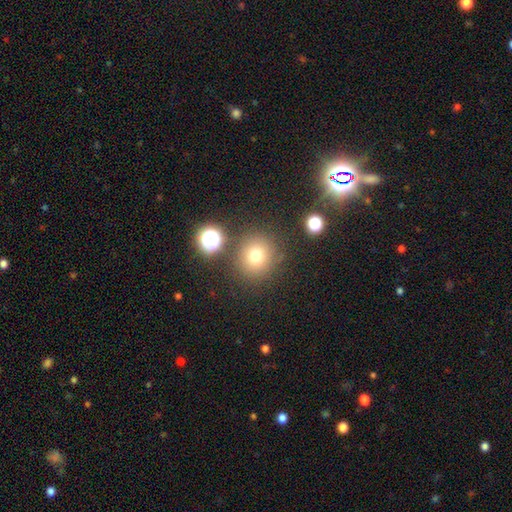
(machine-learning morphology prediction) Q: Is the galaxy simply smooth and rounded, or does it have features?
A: smooth — 75%.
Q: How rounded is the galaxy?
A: round — 90%.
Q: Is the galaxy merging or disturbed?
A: none — 80%.